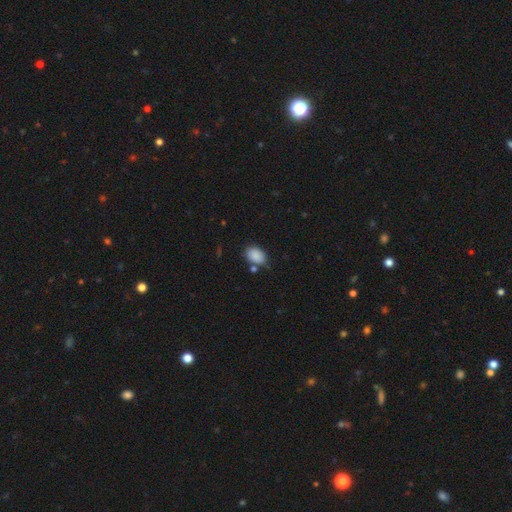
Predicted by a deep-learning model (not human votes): Q: Smooth or featured?
A: smooth (87%); runner-up: star or artifact (8%)
Q: How rounded?
A: in between (83%); runner-up: round (16%)
Q: Merging?
A: none (68%); runner-up: minor disturbance (20%)